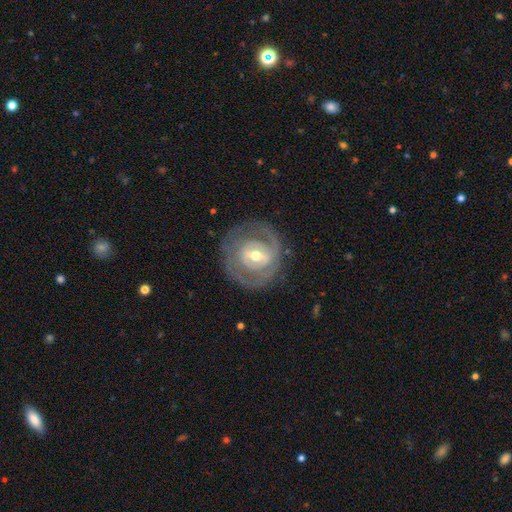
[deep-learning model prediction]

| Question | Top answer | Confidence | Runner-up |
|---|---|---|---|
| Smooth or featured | featured or disk | 81% | smooth (14%) |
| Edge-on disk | no | 96% | yes (4%) |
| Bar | weak | 45% | strong (31%) |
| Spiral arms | yes | 73% | no (27%) |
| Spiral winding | tight | 62% | medium (28%) |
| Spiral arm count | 2 | 49% | can't tell (30%) |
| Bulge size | moderate | 66% | small (27%) |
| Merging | none | 74% | minor disturbance (15%) |